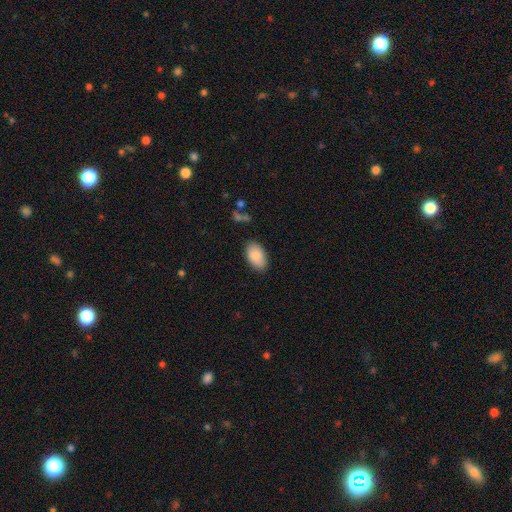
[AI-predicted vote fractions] A smooth galaxy with no disk features (88%) that is in between round and cigar-shaped (94%).

Vote fractions:
- Smooth or featured? smooth: 88% / star or artifact: 6% / featured or disk: 5%
- How rounded? in between: 94% / round: 5% / cigar-shaped: 2%
- Merging? none: 85% / minor disturbance: 11% / major disturbance: 3% / merger: 1%